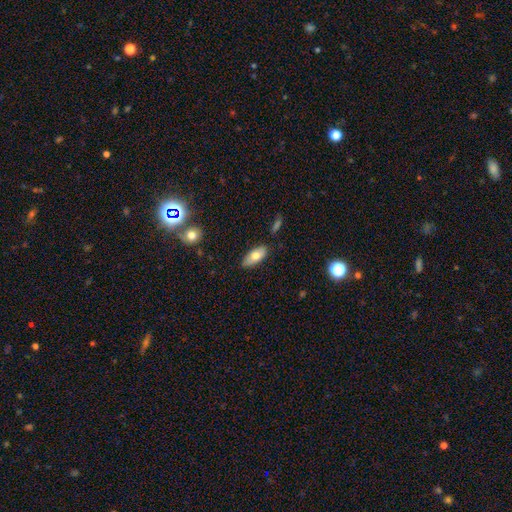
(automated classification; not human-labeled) Overall: smooth (72%). How rounded: in between (85%). Merging: none (80%).